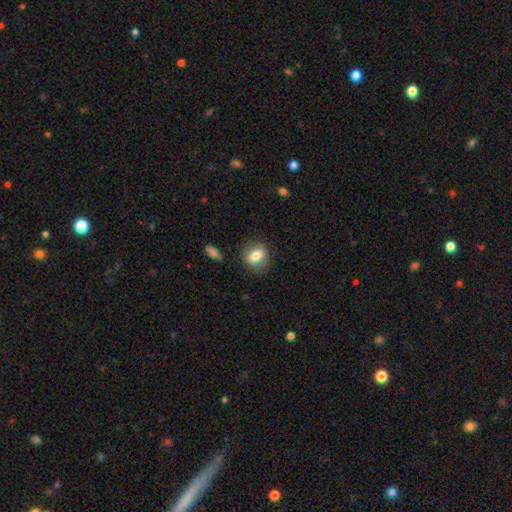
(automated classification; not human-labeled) This is likely a smooth galaxy (77%). How rounded: possibly round (54%). Merging: likely none (80%).